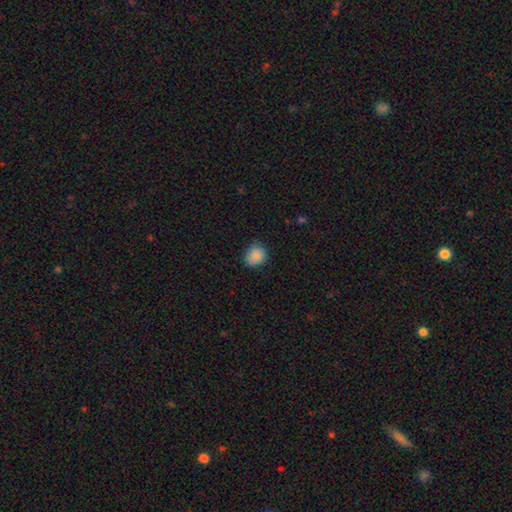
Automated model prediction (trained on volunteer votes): Smooth or featured? Predicted: smooth (p=0.87). How rounded? Predicted: round (p=0.72). Merging? Predicted: none (p=0.72).